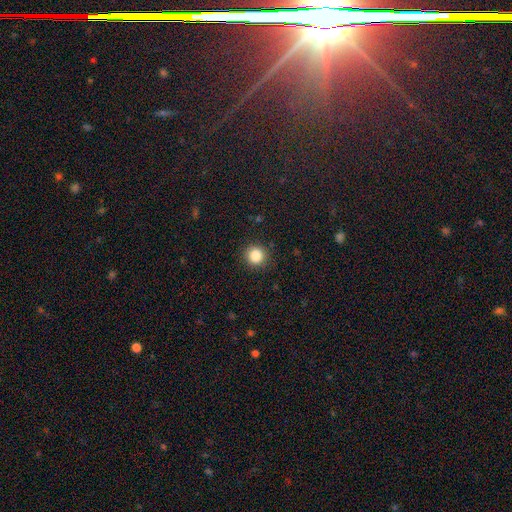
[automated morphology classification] Overall: smooth (86%). How rounded: round (92%). Merging: none (90%).